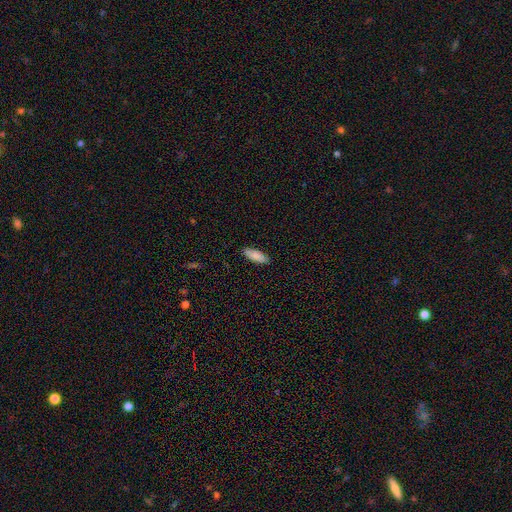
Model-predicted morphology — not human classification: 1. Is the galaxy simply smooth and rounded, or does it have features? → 87% smooth, 7% featured or disk, 6% star or artifact.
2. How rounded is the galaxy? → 71% in between, 28% cigar-shaped, 2% round.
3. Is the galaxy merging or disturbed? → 86% none, 11% minor disturbance, 2% major disturbance, 1% merger.